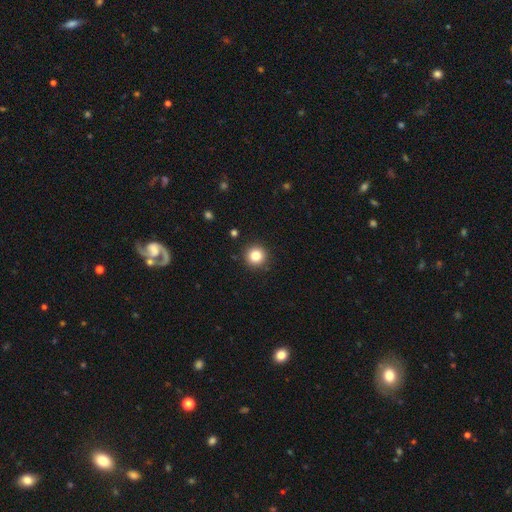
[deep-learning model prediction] This is clearly a smooth galaxy (82%). How rounded: clearly round (96%). Merging: clearly none (92%).